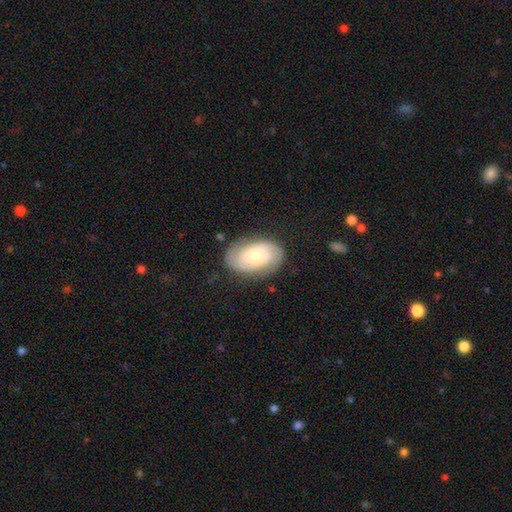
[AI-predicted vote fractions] Morphology: type=featured or disk (57%); edge-on=no (95%); bar=no (71%); spiral arms=yes (86%); bulge=small (45%); merging=none (76%).